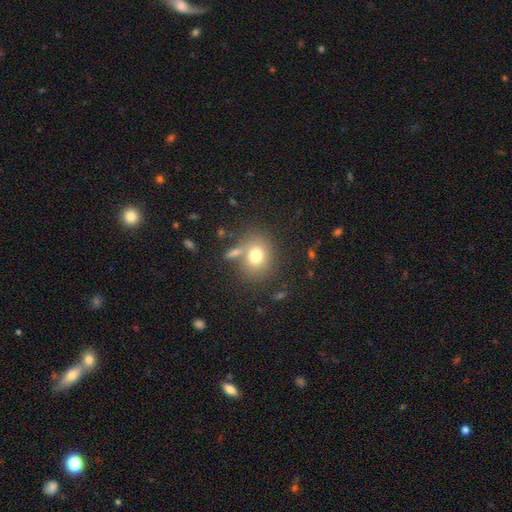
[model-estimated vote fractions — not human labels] smooth-or-featured: smooth: 74% | featured or disk: 14% | star or artifact: 12%
  how-rounded: round: 61% | in between: 38% | cigar-shaped: 1%
  merging: none: 67% | merger: 15% | minor disturbance: 12% | major disturbance: 6%